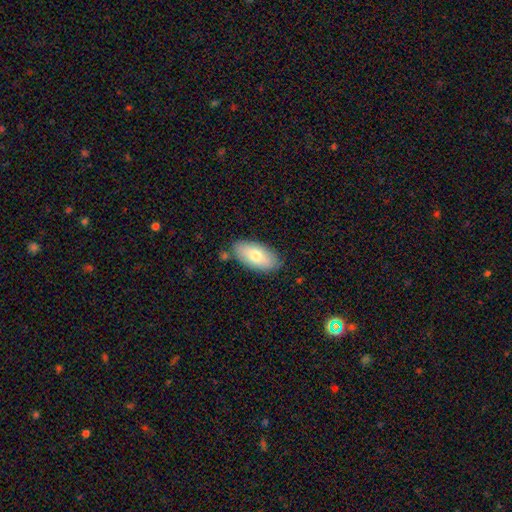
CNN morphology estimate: Smooth or featured? smooth (74%)
How rounded? in between (92%)
Merging? none (81%)